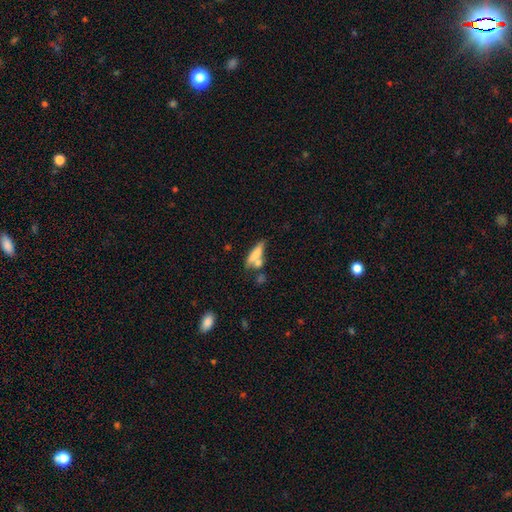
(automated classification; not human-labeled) The model was most divided on "merging": none: 43%, merger: 34%, minor disturbance: 16%, major disturbance: 8%. More confident: smooth or featured — smooth (68%); how rounded — cigar-shaped (64%).